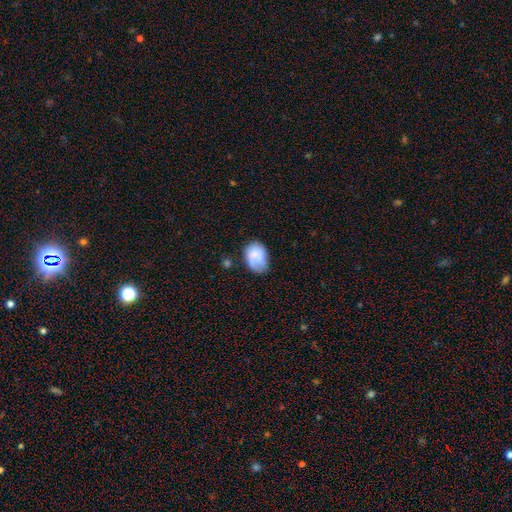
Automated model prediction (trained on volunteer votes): A smooth galaxy with no disk features (67%) that is in between round and cigar-shaped (75%). Merging: none (53%).